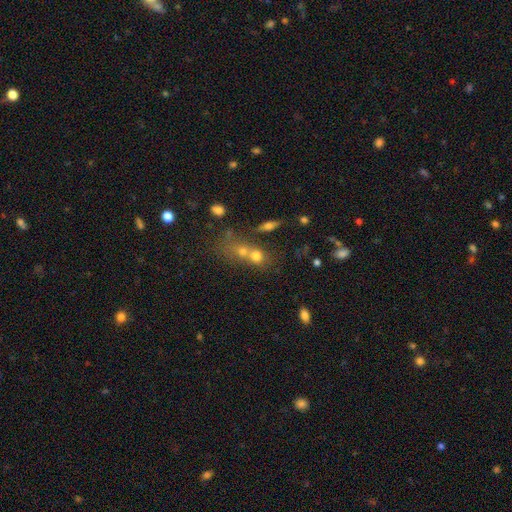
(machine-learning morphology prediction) smooth 67%, featured or disk 18%, star or artifact 15%. Down the decision tree: how rounded — round (60%); merging — merger (58%).